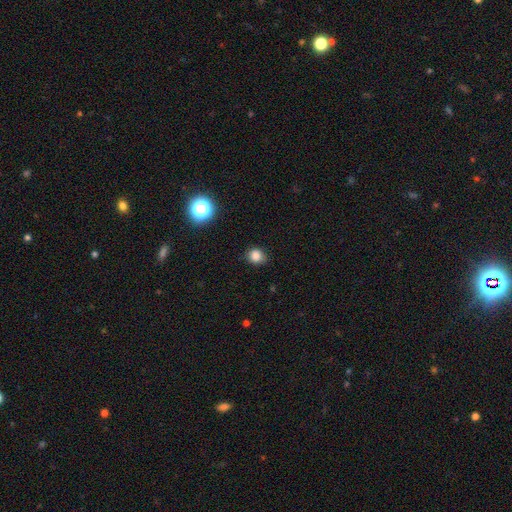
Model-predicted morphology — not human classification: This appears to be a smooth galaxy with no disk features (83%) that is round (79%). Merging: none (82%).